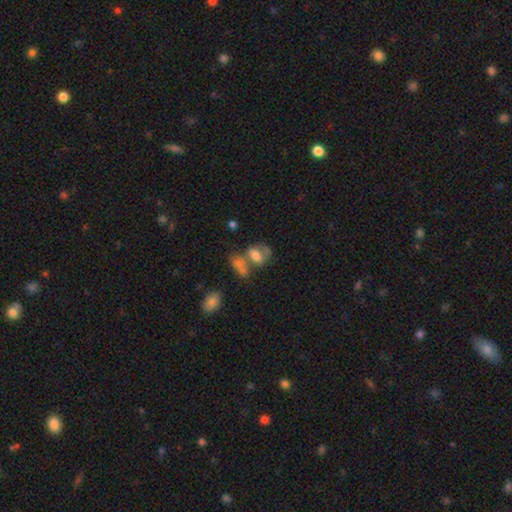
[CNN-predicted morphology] type=smooth (58%); roundness=in between (74%); merging=merger (40%).